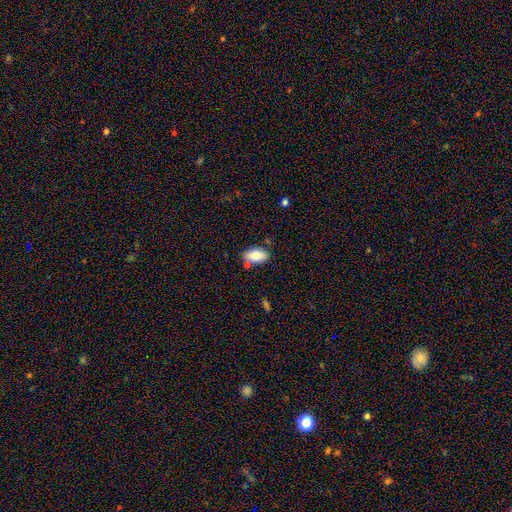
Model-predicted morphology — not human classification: The model was most divided on "merging": none: 77%, minor disturbance: 13%, merger: 7%, major disturbance: 3%. More confident: how rounded — in between (93%); smooth or featured — smooth (80%).